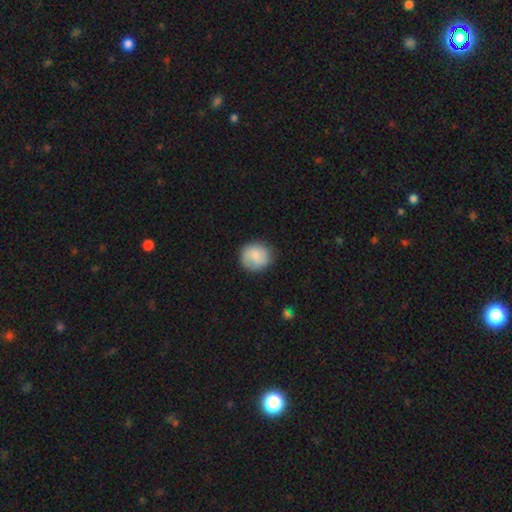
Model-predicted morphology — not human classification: Smooth or featured? smooth (70%)
How rounded? round (90%)
Merging? none (82%)